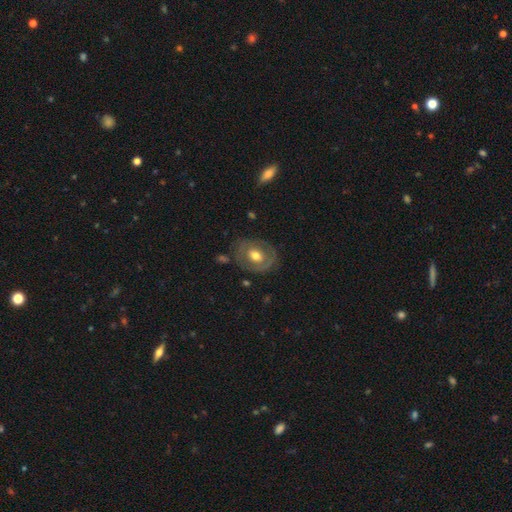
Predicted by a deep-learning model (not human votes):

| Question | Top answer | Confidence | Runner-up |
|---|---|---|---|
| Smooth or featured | featured or disk | 50% | smooth (44%) |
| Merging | none | 73% | minor disturbance (18%) |